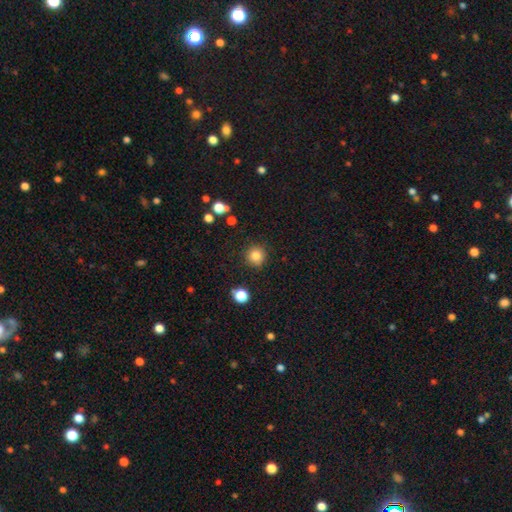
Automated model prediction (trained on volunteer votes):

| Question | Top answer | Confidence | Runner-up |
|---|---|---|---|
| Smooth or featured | smooth | 83% | star or artifact (12%) |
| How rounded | round | 94% | in between (5%) |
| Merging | none | 87% | minor disturbance (8%) |